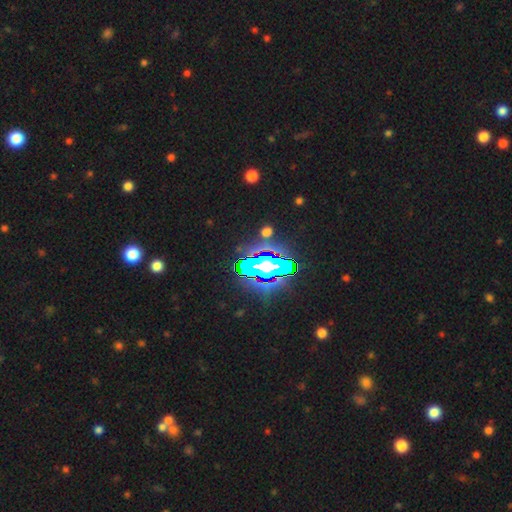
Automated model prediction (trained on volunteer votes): Morphology: type=star or artifact (84%).